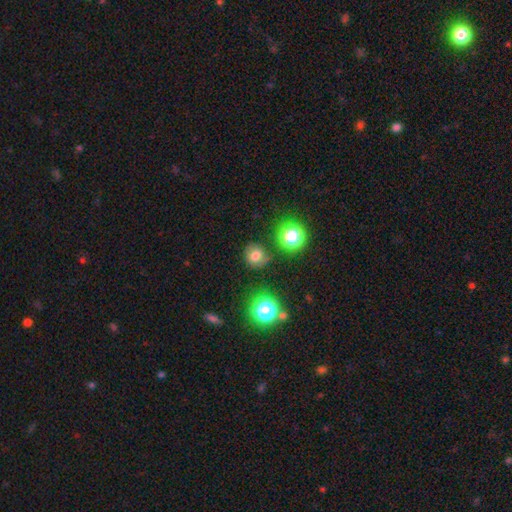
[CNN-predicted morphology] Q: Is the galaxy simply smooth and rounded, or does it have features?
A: smooth — 73%.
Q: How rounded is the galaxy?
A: round — 81%.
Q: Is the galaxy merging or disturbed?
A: none — 75%.